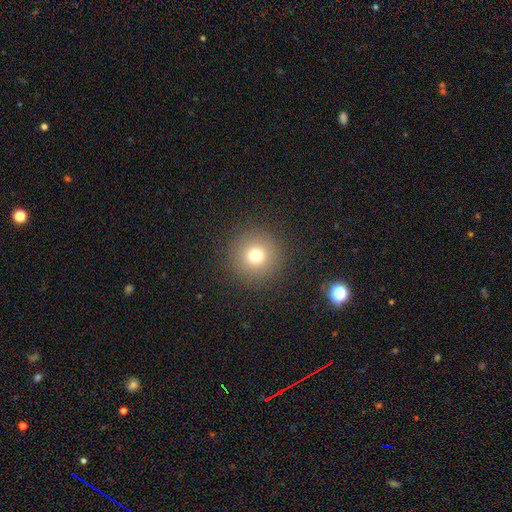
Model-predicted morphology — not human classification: A smooth galaxy with no disk features (74%) that is round (96%).

Vote fractions:
- Smooth or featured? smooth: 74% / star or artifact: 15% / featured or disk: 10%
- How rounded? round: 96% / in between: 3% / cigar-shaped: 1%
- Merging? none: 91% / minor disturbance: 5% / major disturbance: 3% / merger: 1%